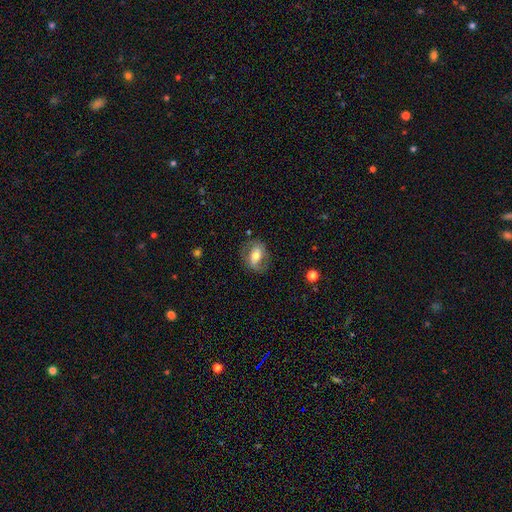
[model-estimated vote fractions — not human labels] A featured or disk galaxy (51%). Merging: none (72%).